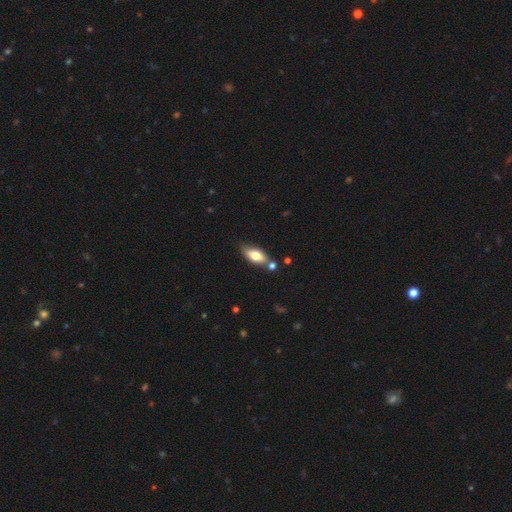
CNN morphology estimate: smooth_or_featured: smooth (p=0.74) [alt: featured or disk p=0.19]
how_rounded: in between (p=0.87) [alt: cigar-shaped p=0.09]
merging: none (p=0.63) [alt: minor disturbance p=0.18]